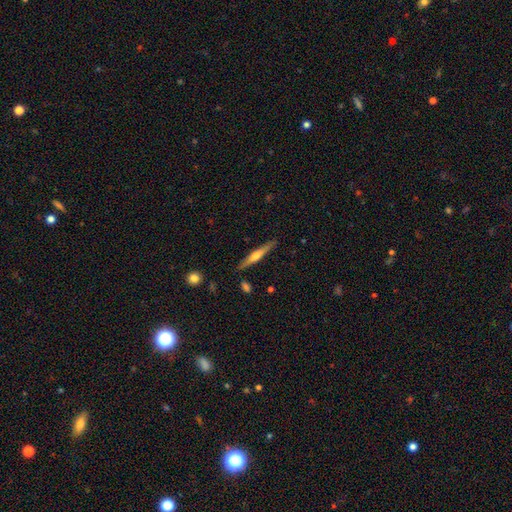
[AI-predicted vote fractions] This appears to be a featured or disk galaxy (63%) viewed edge-on (97%) with a rounded central bulge (86%). Merging: none (88%).